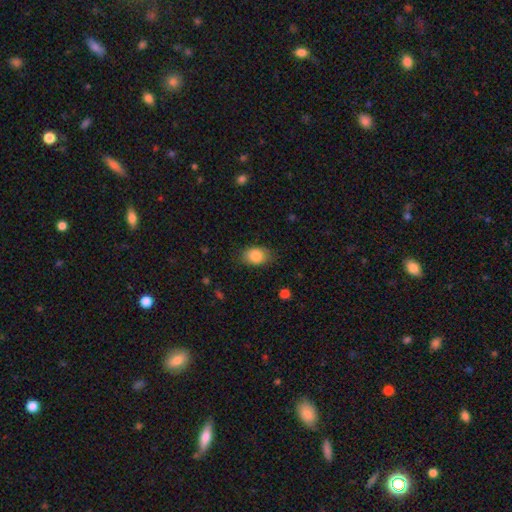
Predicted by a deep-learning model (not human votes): Smooth or featured? smooth (85%)
How rounded? in between (79%)
Merging? none (79%)